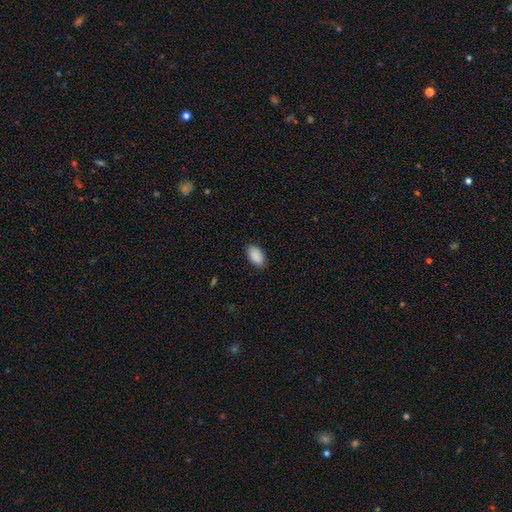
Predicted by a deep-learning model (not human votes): A smooth galaxy with no disk features (90%) that is in between round and cigar-shaped (93%).

Vote fractions:
- Smooth or featured? smooth: 90% / star or artifact: 6% / featured or disk: 3%
- How rounded? in between: 93% / round: 5% / cigar-shaped: 1%
- Merging? none: 84% / minor disturbance: 13% / major disturbance: 3% / merger: 1%